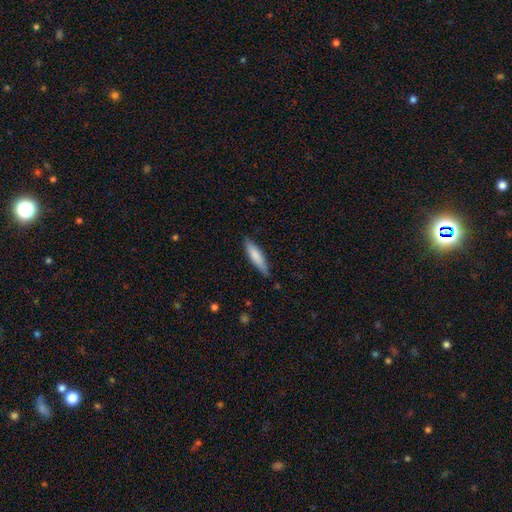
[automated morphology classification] type=smooth (80%); roundness=cigar-shaped (73%); merging=none (80%).